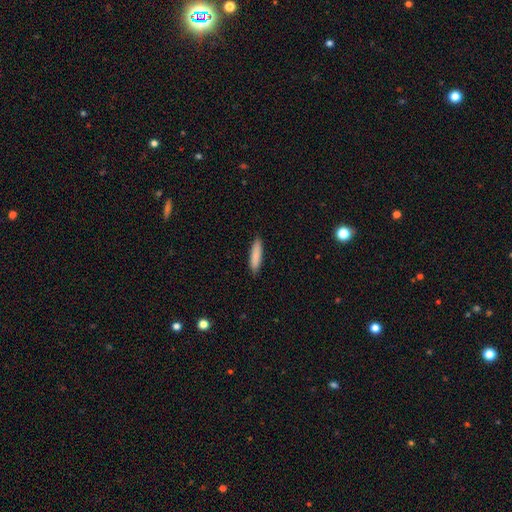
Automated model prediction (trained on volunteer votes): smooth_or_featured: smooth (p=0.87) [alt: featured or disk p=0.08]
how_rounded: cigar-shaped (p=0.79) [alt: in between p=0.20]
merging: none (p=0.89) [alt: minor disturbance p=0.09]